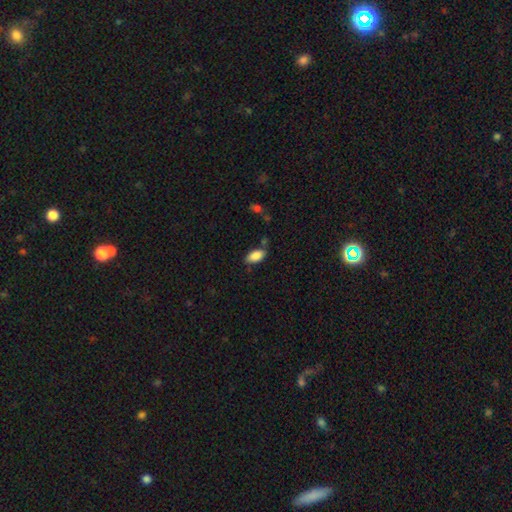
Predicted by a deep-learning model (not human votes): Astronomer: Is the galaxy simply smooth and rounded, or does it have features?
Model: smooth — 88%.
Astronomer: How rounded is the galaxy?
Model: in between — 93%.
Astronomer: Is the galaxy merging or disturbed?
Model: none — 76%.